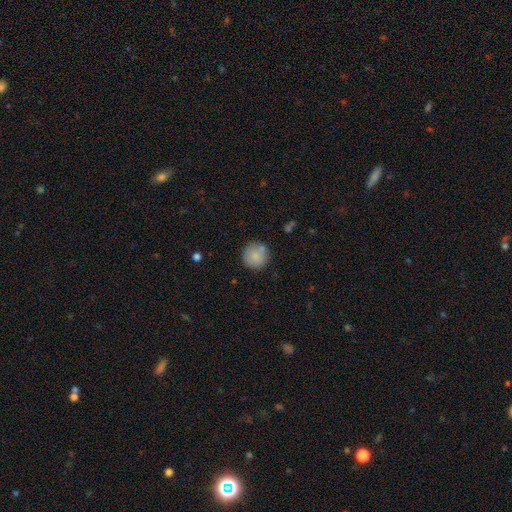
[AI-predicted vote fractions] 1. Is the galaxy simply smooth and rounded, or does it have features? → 83% smooth, 9% featured or disk, 8% star or artifact.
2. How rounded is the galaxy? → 95% round, 4% in between, 1% cigar-shaped.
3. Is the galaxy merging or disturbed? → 79% none, 11% minor disturbance, 7% merger, 3% major disturbance.